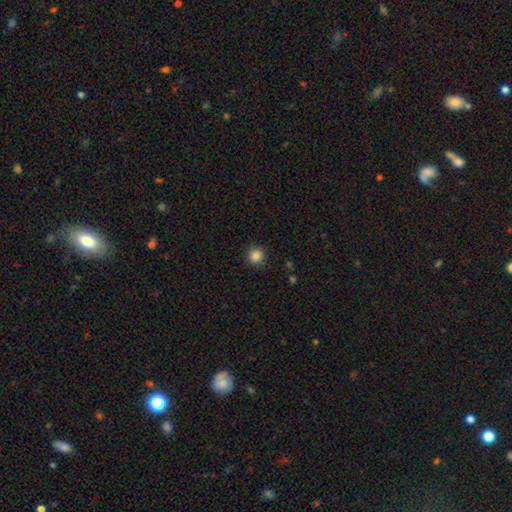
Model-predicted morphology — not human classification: A smooth galaxy with no disk features (86%) that is round (92%). Merging: none (90%).